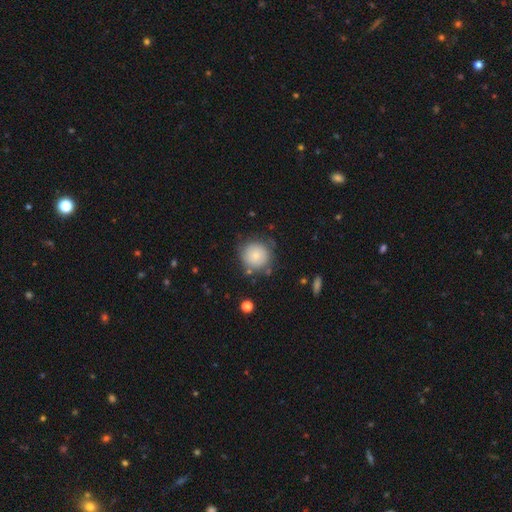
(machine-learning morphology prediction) Q: Smooth or featured?
A: smooth (78%); runner-up: featured or disk (13%)
Q: How rounded?
A: round (92%); runner-up: in between (7%)
Q: Merging?
A: none (74%); runner-up: minor disturbance (17%)